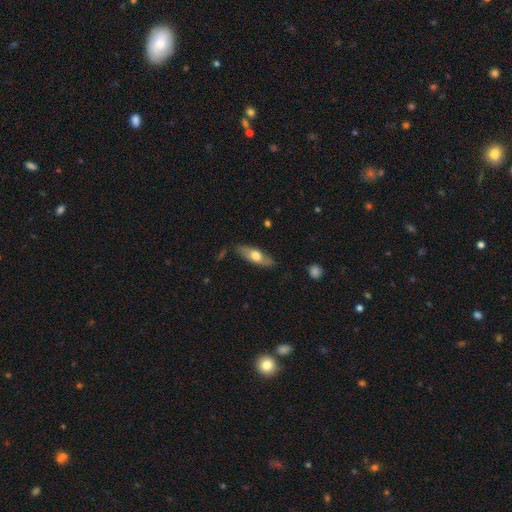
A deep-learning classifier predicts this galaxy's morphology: This appears to be a smooth galaxy with no disk features (56%) that is in between round and cigar-shaped (58%). Merging: none (82%).